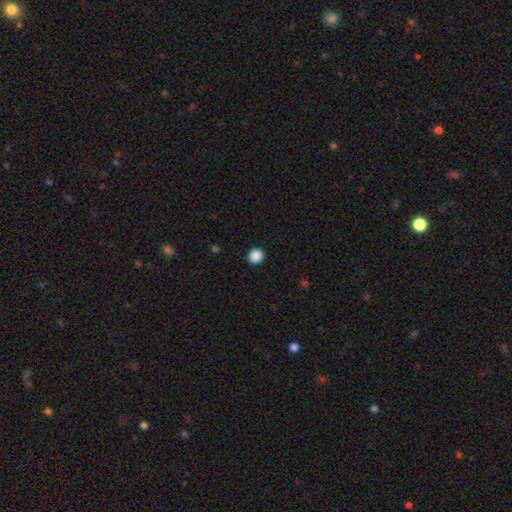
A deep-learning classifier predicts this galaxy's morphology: Smooth or featured? smooth (89%)
How rounded? round (85%)
Merging? none (92%)